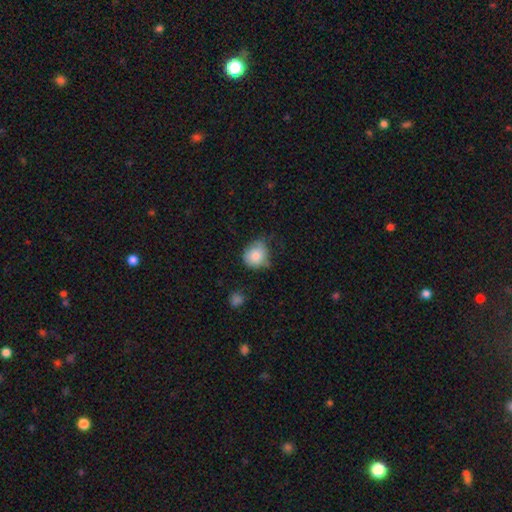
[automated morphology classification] smooth_or_featured: smooth (p=0.82) [alt: featured or disk p=0.09]
how_rounded: round (p=0.76) [alt: in between p=0.24]
merging: none (p=0.49) [alt: minor disturbance p=0.37]